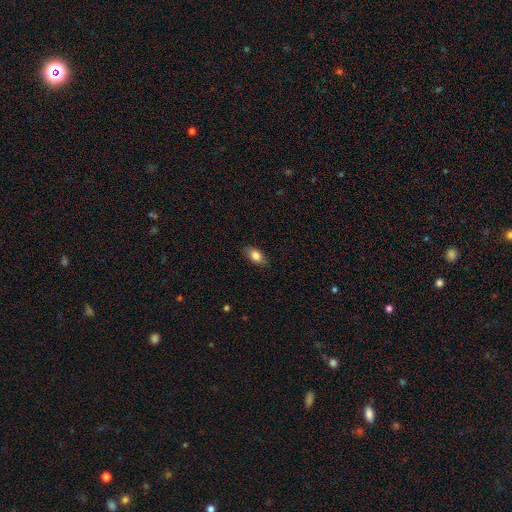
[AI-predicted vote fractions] Smooth or featured: smooth — 84% (featured or disk — 8%)
How rounded: in between — 87% (round — 9%)
Merging: none — 83% (minor disturbance — 13%)